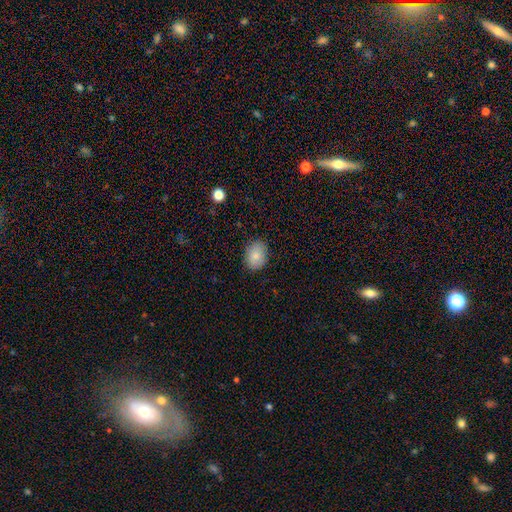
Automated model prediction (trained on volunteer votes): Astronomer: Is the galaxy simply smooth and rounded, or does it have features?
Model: smooth — 83%.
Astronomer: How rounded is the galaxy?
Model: in between — 70%.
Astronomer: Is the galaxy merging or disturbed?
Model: none — 85%.